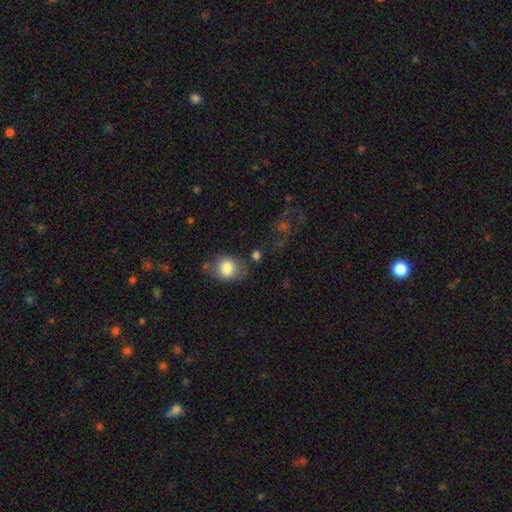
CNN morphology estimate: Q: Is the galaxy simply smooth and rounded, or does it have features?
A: smooth — 72%.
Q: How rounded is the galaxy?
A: round — 55%.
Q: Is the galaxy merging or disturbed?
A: none — 66%.